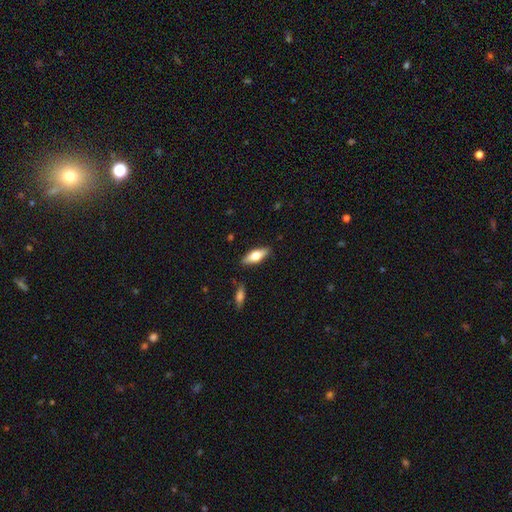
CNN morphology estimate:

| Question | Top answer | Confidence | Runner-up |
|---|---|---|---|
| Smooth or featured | smooth | 57% | featured or disk (37%) |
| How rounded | in between | 65% | cigar-shaped (32%) |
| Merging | none | 86% | minor disturbance (10%) |